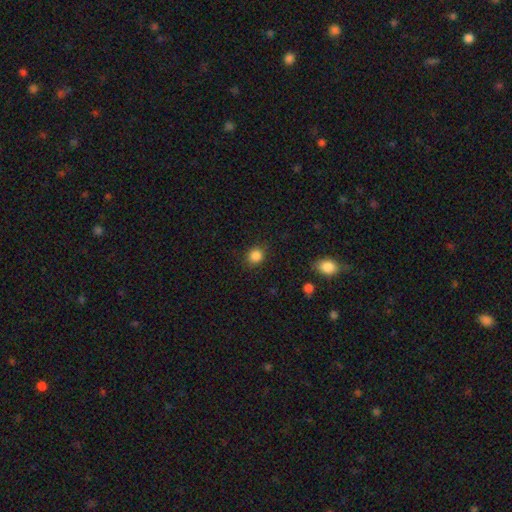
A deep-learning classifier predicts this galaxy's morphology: A smooth galaxy with no disk features (86%) that is round (75%). Merging: none (87%).